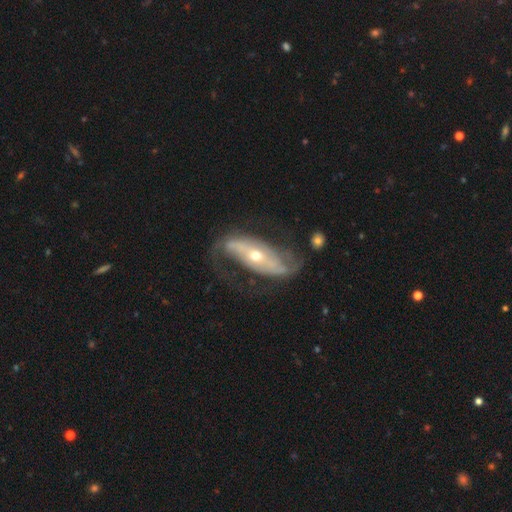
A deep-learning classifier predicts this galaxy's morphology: Smooth or featured: featured or disk — 84% (smooth — 11%)
Edge-on disk: no — 90% (yes — 10%)
Bar: strong — 39% (no — 38%)
Spiral arms: yes — 89% (no — 11%)
Spiral winding: loose — 47% (medium — 35%)
Spiral arm count: 2 — 87% (can't tell — 6%)
Bulge size: small — 49% (moderate — 47%)
Merging: none — 61% (minor disturbance — 19%)